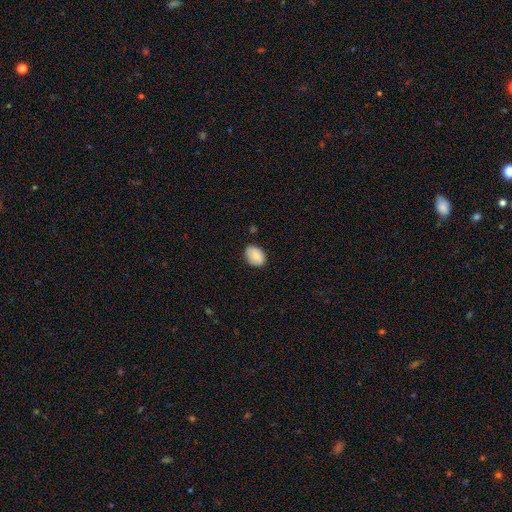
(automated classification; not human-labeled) smooth_or_featured: smooth (p=0.80) [alt: featured or disk p=0.13]
how_rounded: in between (p=0.76) [alt: round p=0.23]
merging: none (p=0.79) [alt: minor disturbance p=0.17]